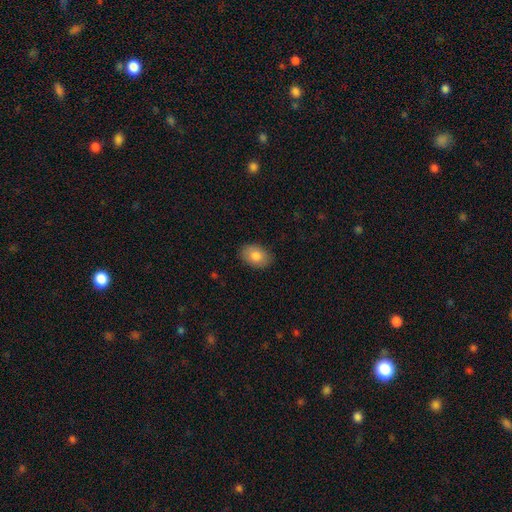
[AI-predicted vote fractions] A smooth galaxy with no disk features (82%) that is in between round and cigar-shaped (82%).

Vote fractions:
- Smooth or featured? smooth: 82% / featured or disk: 11% / star or artifact: 7%
- How rounded? in between: 82% / round: 17% / cigar-shaped: 1%
- Merging? none: 86% / minor disturbance: 10% / major disturbance: 2% / merger: 1%